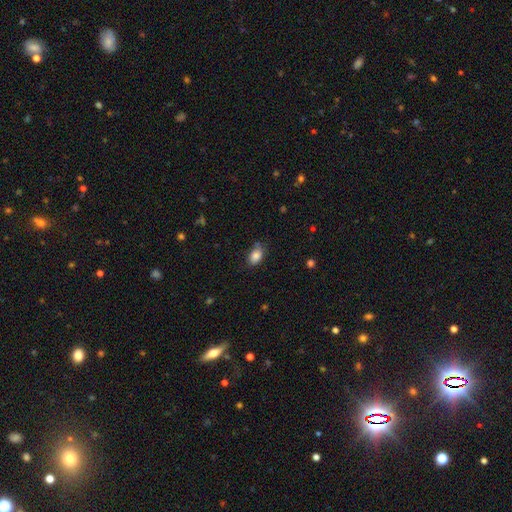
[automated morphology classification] The model was most divided on "merging": none: 74%, minor disturbance: 21%, major disturbance: 4%, merger: 2%. More confident: how rounded — in between (86%); smooth or featured — smooth (85%).